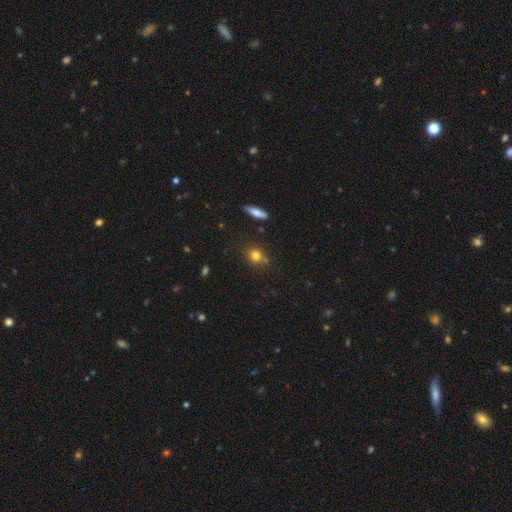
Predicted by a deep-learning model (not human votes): A smooth galaxy with no disk features (76%) that is round (73%).

Vote fractions:
- Smooth or featured? smooth: 76% / star or artifact: 14% / featured or disk: 10%
- How rounded? round: 73% / in between: 25% / cigar-shaped: 3%
- Merging? none: 71% / minor disturbance: 15% / merger: 10% / major disturbance: 4%